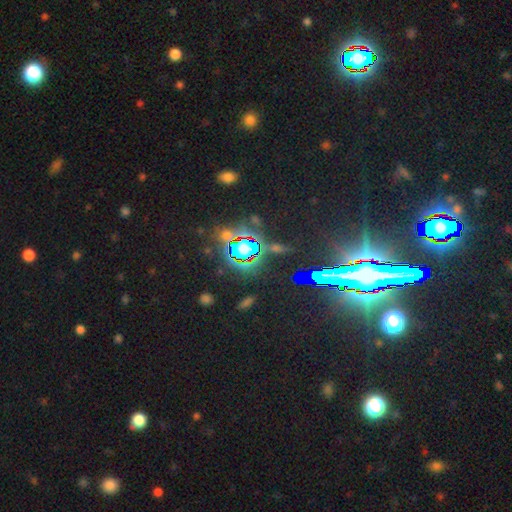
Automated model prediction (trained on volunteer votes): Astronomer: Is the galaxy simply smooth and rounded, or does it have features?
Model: star or artifact — 84%.